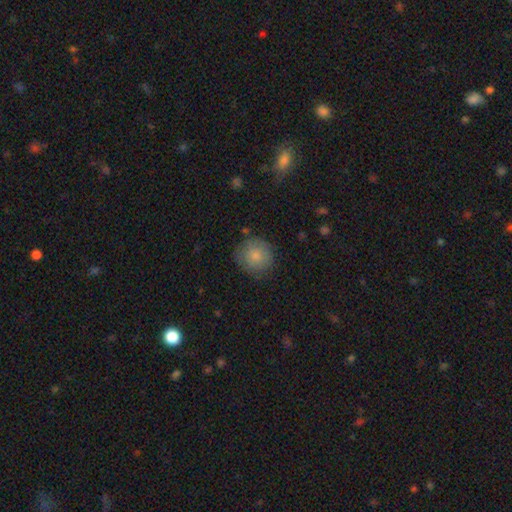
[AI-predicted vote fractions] This appears to be a smooth galaxy with no disk features (82%) that is round (92%). Merging: none (81%).